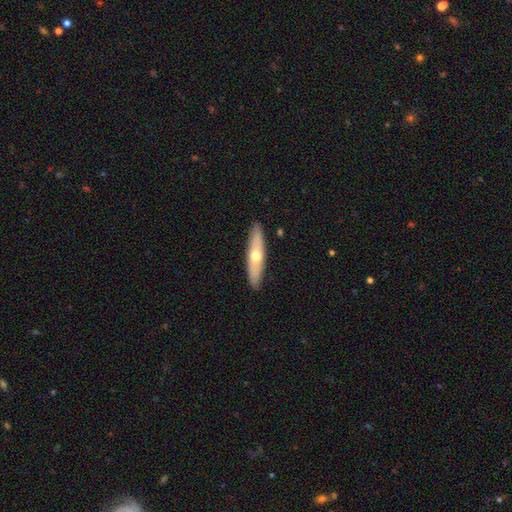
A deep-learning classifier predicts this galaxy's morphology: smooth_or_featured: smooth (p=0.48) [alt: featured or disk p=0.47]
merging: none (p=0.90) [alt: minor disturbance p=0.08]